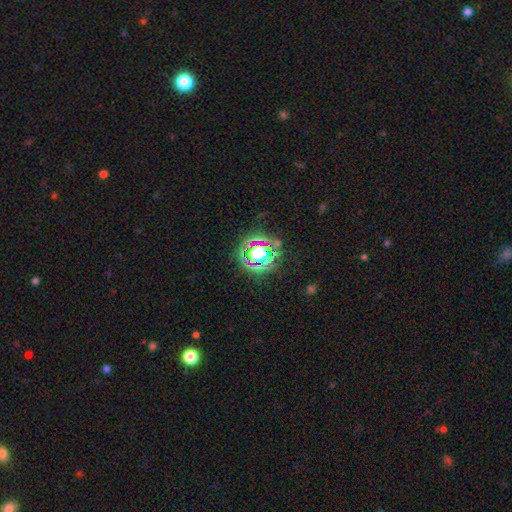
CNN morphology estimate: star or artifact 62%, smooth 25%, featured or disk 13%.